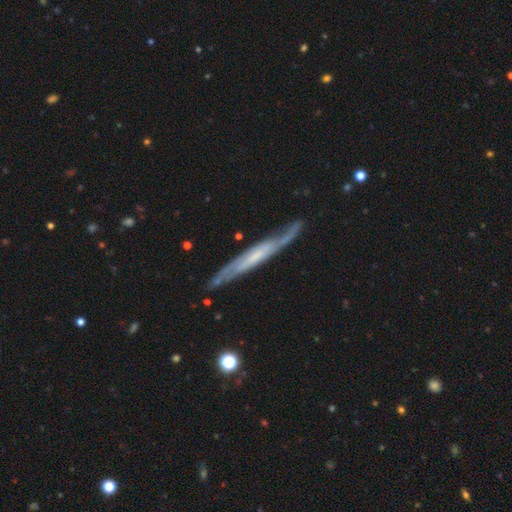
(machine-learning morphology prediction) Q: Smooth or featured?
A: featured or disk (77%); runner-up: smooth (18%)
Q: Edge-on disk?
A: yes (69%); runner-up: no (31%)
Q: Edge-on bulge?
A: none (66%); runner-up: rounded (23%)
Q: Merging?
A: none (75%); runner-up: minor disturbance (18%)